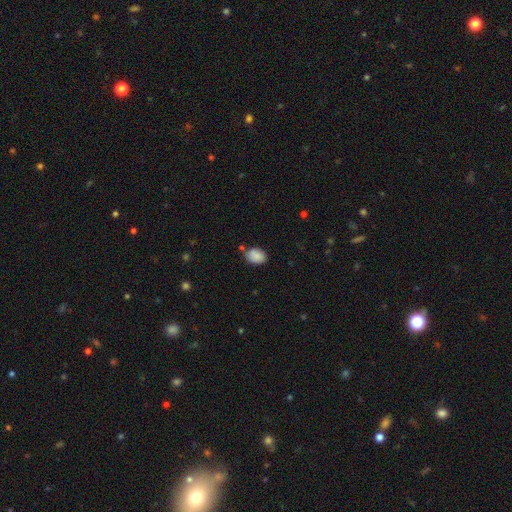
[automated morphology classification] smooth-or-featured: smooth: 86% | star or artifact: 8% | featured or disk: 6%
  how-rounded: in between: 79% | round: 20% | cigar-shaped: 1%
  merging: none: 68% | minor disturbance: 20% | merger: 8% | major disturbance: 4%